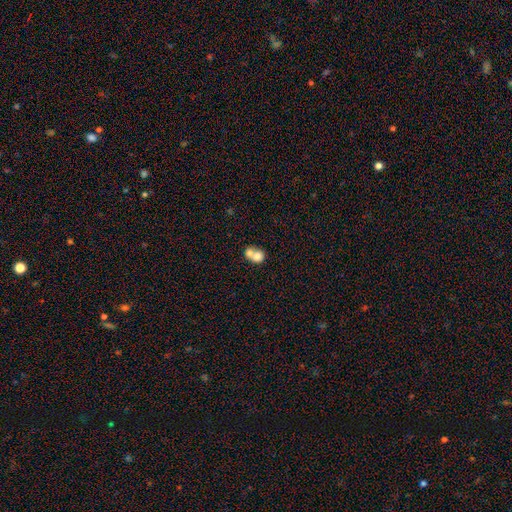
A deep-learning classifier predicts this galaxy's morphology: This appears to be a smooth galaxy with no disk features (73%) that is round (61%). Merging: merger (71%).